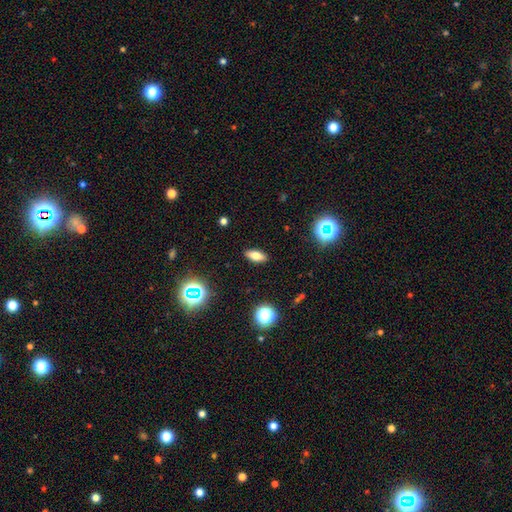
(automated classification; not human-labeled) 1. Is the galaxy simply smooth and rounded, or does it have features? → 70% smooth, 17% featured or disk, 13% star or artifact.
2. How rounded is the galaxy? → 77% in between, 18% cigar-shaped, 4% round.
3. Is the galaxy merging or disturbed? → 89% none, 8% minor disturbance, 2% major disturbance, 1% merger.